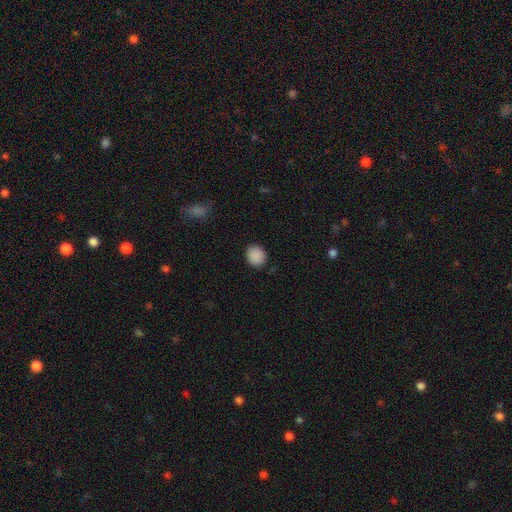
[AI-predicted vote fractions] Morphology: type=smooth (89%); roundness=round (79%); merging=none (89%).